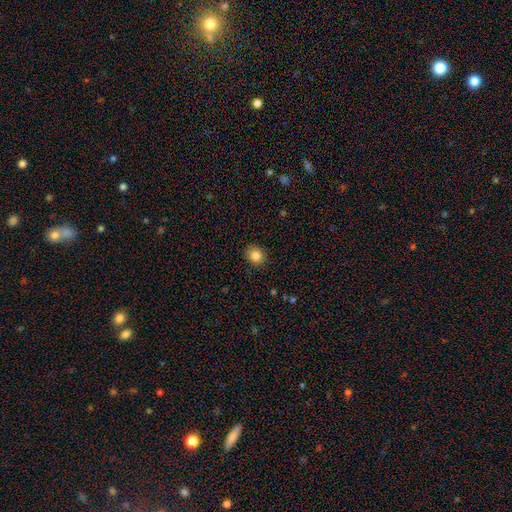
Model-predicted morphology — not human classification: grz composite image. It shows a smooth galaxy with no disk features (84%) that is round (72%). Merging: none (90%).